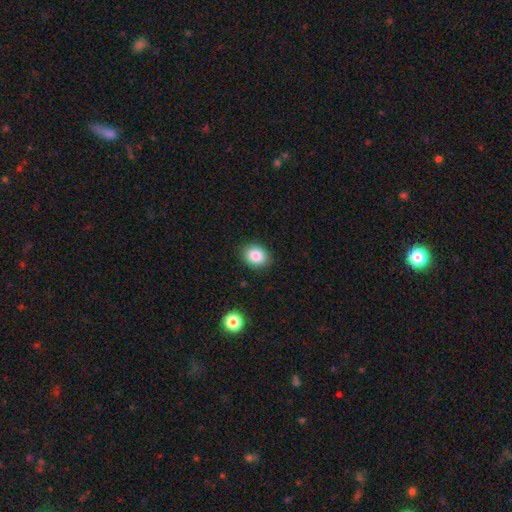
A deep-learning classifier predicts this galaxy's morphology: Smooth or featured? smooth (85%)
How rounded? round (54%)
Merging? none (89%)